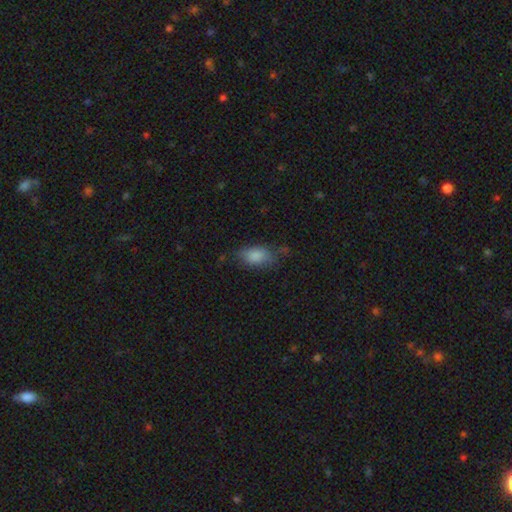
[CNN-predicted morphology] smooth 82%, featured or disk 10%, star or artifact 8%. Down the decision tree: how rounded — in between (90%); merging — none (54%).